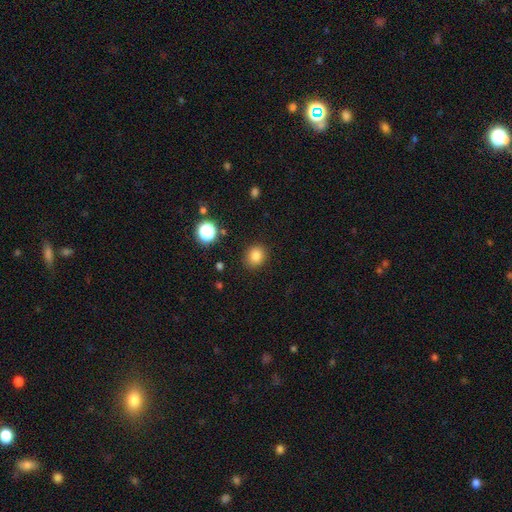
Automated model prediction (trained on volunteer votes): Morphology: type=smooth (83%); roundness=round (72%); merging=none (87%).